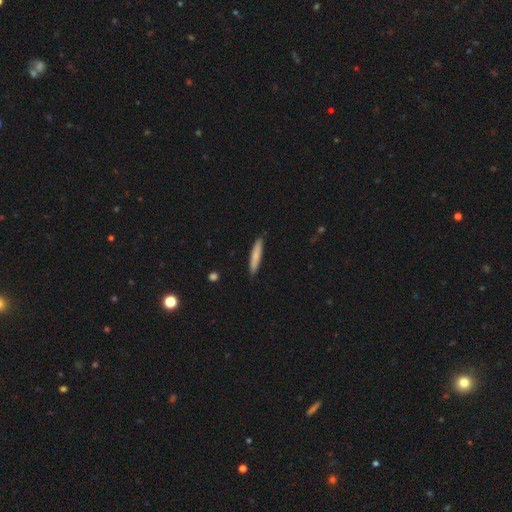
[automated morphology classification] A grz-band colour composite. It shows a smooth galaxy with no disk features (77%) that is cigar-shaped (92%). Merging: none (88%).